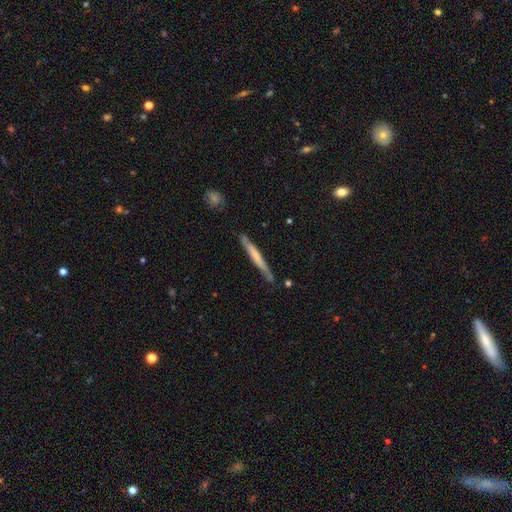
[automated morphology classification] Smooth or featured? Predicted: smooth (p=0.52). How rounded? Predicted: cigar-shaped (p=0.96). Merging? Predicted: none (p=0.82).